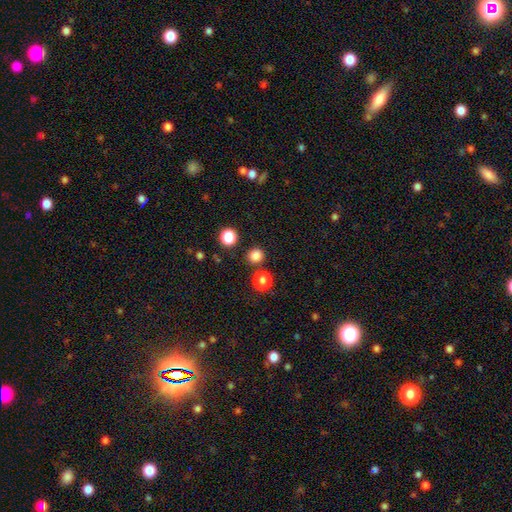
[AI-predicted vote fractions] This appears to be a smooth galaxy with no disk features (82%) that is round (93%). Merging: none (85%).